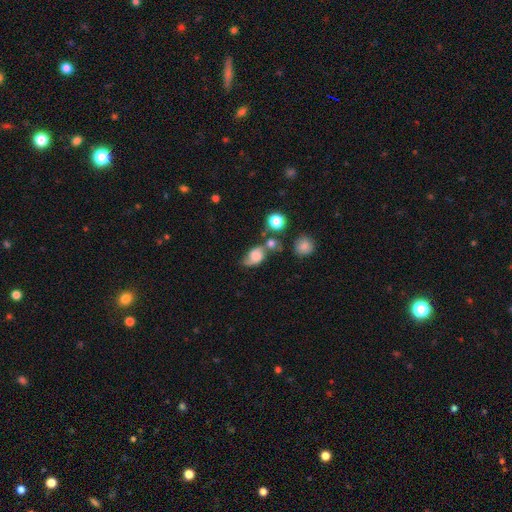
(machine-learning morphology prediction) Overall: smooth (56%; featured or disk 32%). How rounded: in between (70%). Merging: none (39%; minor disturbance 27%).